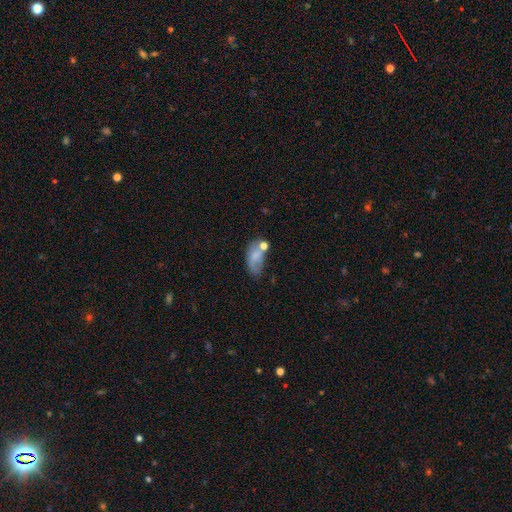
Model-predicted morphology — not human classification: Smooth or featured?
  - smooth: 63% *
  - featured or disk: 27%
  - star or artifact: 11%
How rounded?
  - in between: 89% *
  - round: 7%
  - cigar-shaped: 4%
Merging?
  - none: 32% *
  - minor disturbance: 25%
  - merger: 22%
  - major disturbance: 20%